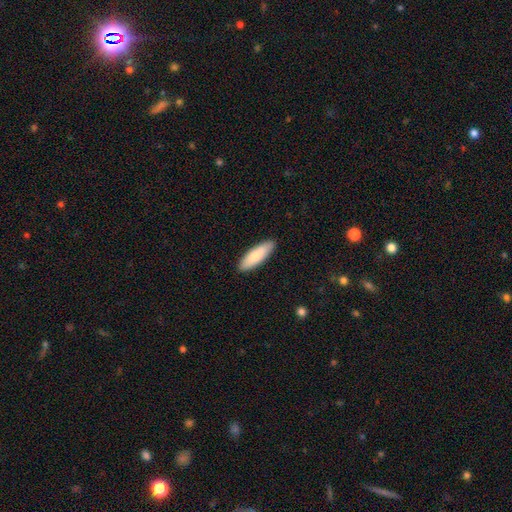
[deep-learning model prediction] A smooth galaxy with no disk features (85%) that is in between round and cigar-shaped (51%). Merging: none (90%).